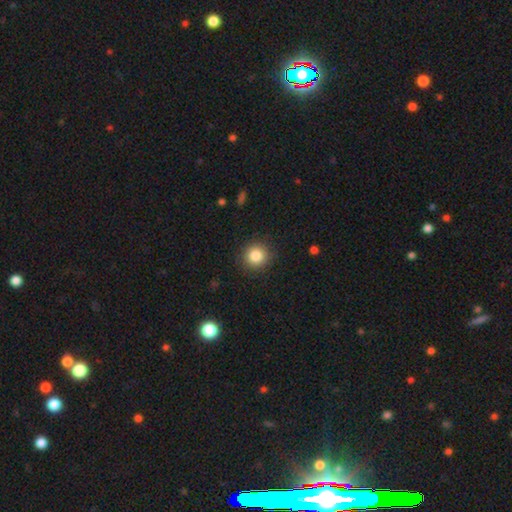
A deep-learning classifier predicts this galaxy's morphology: smooth_or_featured: smooth (p=0.84) [alt: star or artifact p=0.10]
how_rounded: round (p=0.91) [alt: in between p=0.08]
merging: none (p=0.89) [alt: minor disturbance p=0.08]